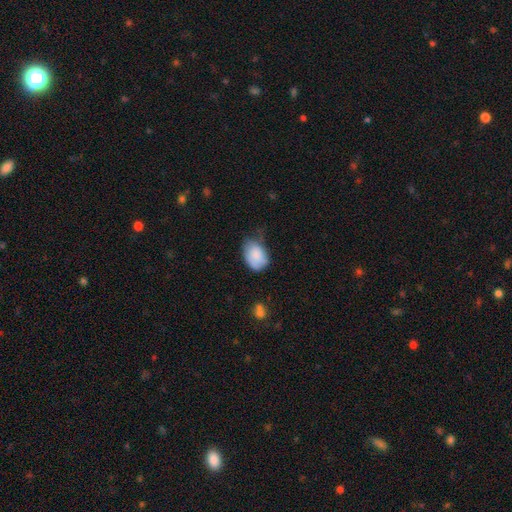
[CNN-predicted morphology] smooth_or_featured: smooth (p=0.84) [alt: featured or disk p=0.09]
how_rounded: in between (p=0.80) [alt: round p=0.19]
merging: minor disturbance (p=0.44) [alt: none p=0.40]